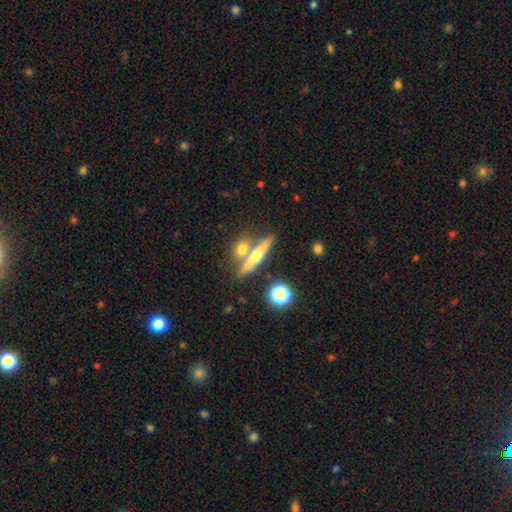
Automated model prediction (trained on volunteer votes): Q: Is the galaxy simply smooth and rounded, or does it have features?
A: featured or disk — 52%.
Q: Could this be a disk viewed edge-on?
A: yes — 91%.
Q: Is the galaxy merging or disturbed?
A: none — 67%.